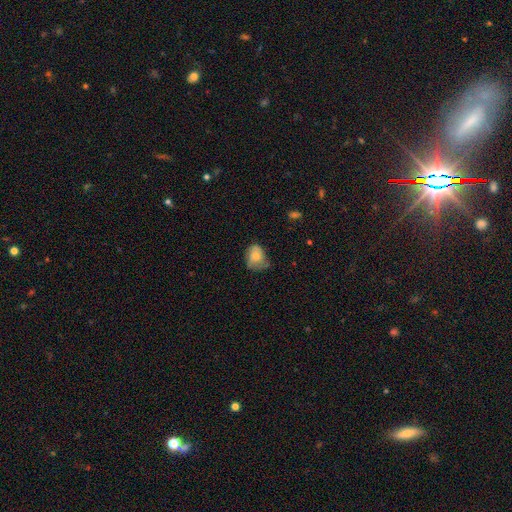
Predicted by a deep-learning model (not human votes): A smooth galaxy with no disk features (66%) that is in between round and cigar-shaped (58%). Merging: none (46%).